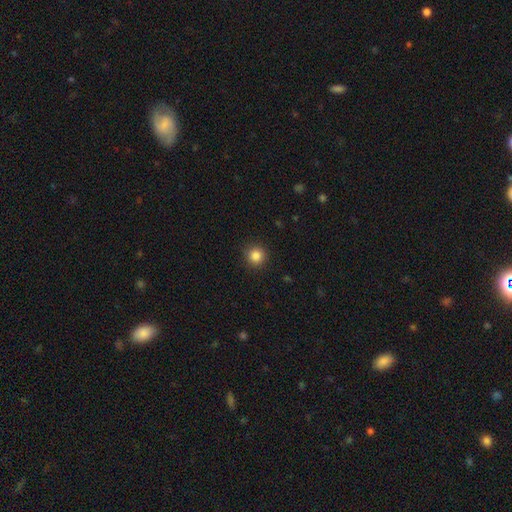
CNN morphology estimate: smooth 84%, star or artifact 11%, featured or disk 4%. Down the decision tree: how rounded — round (94%); merging — none (91%).